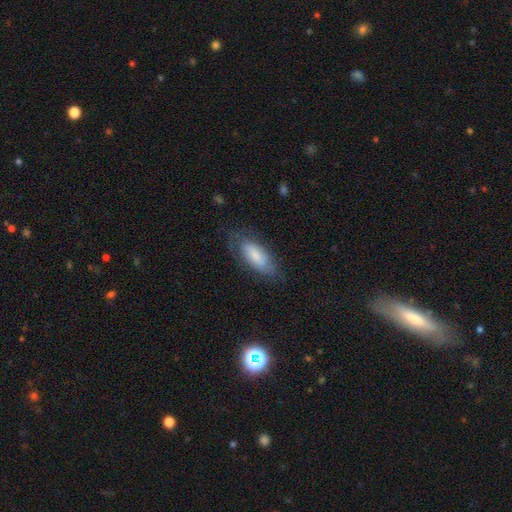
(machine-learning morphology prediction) Smooth or featured?
  - smooth: 63% *
  - featured or disk: 30%
  - star or artifact: 7%
How rounded?
  - in between: 80% *
  - cigar-shaped: 17%
  - round: 2%
Merging?
  - none: 66% *
  - minor disturbance: 23%
  - major disturbance: 10%
  - merger: 1%